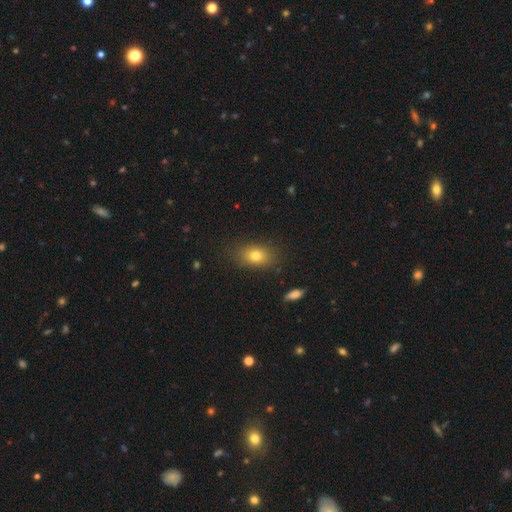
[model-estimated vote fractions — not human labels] Morphology: type=smooth (77%); roundness=in between (79%); merging=none (83%).